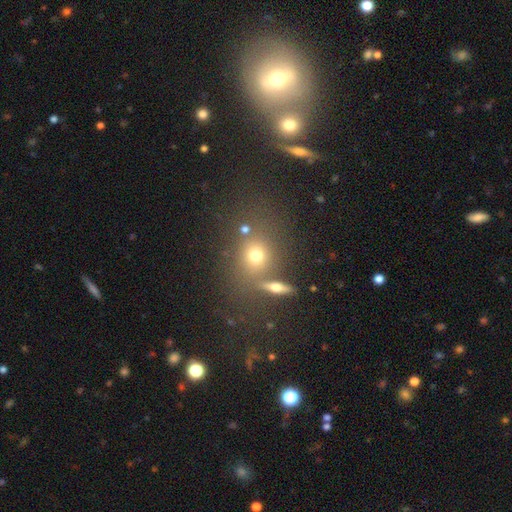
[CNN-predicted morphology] This appears to be a smooth galaxy with no disk features (67%) that is round (67%). Merging: none (67%).